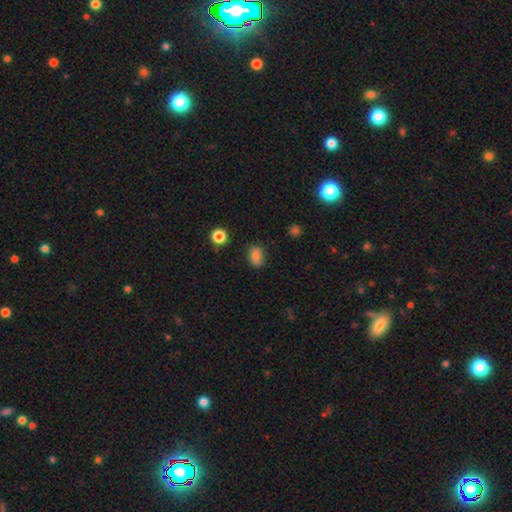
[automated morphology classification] Overall: smooth (81%). How rounded: in between (74%). Merging: none (79%).